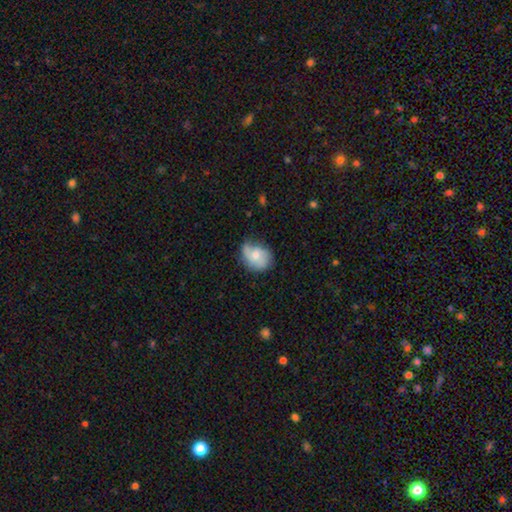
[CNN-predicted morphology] The model was most divided on "how rounded": in between: 55%, round: 44%, cigar-shaped: 1%. Remaining: smooth or featured — smooth (55%); merging — none (49%).